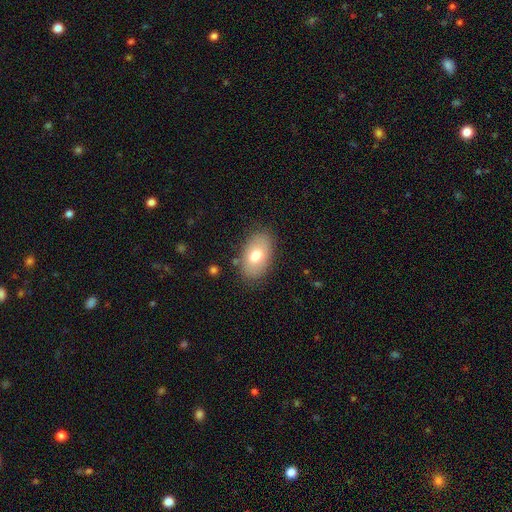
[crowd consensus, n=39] Smooth or featured? 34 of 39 (87%) said smooth. How rounded? 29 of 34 (85%) said in between. Merging? 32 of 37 (86%) said none.